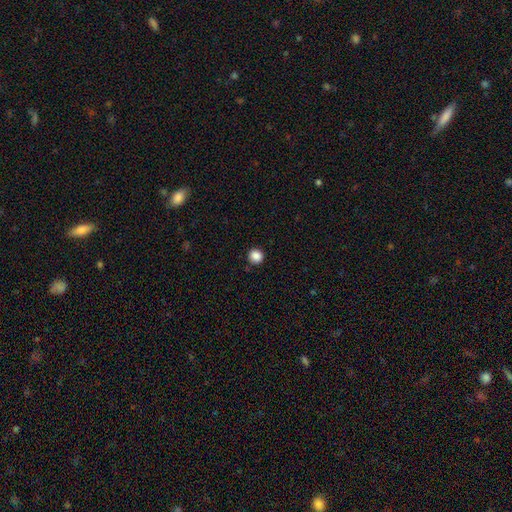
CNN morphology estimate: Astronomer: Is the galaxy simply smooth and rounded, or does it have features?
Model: smooth — 87%.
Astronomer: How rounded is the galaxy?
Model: round — 92%.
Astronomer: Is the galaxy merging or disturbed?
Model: none — 90%.